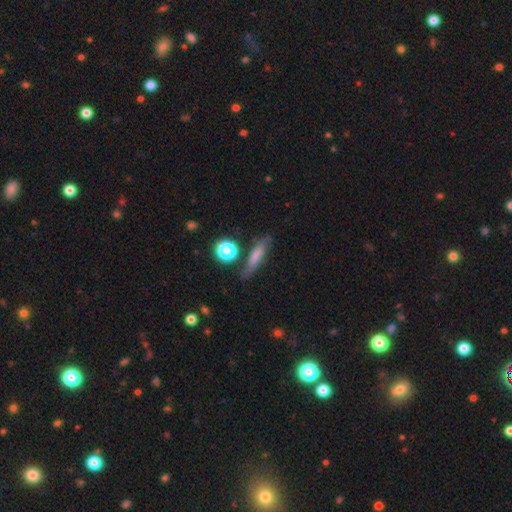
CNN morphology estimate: This appears to be a smooth galaxy with no disk features (66%) that is cigar-shaped (70%). Merging: none (73%).